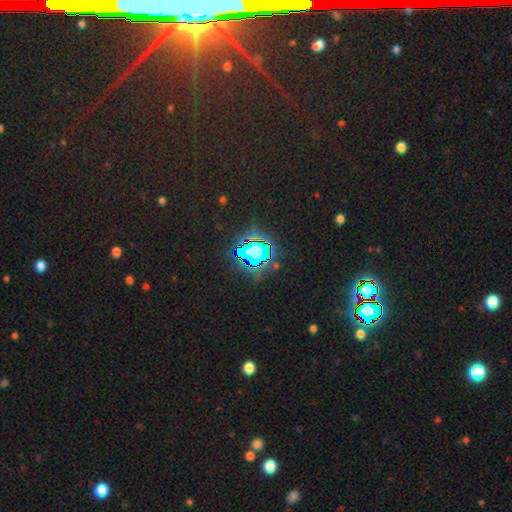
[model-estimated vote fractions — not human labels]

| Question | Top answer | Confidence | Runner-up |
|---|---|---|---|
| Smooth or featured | star or artifact | 79% | smooth (12%) |